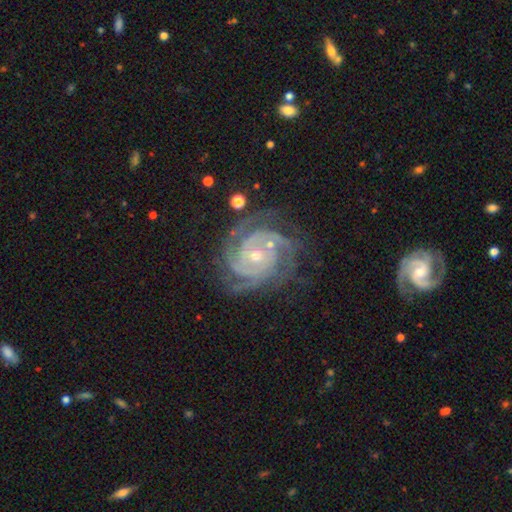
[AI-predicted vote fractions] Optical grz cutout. It shows a featured or disk galaxy (90%) with no bar (61%), 3 (35%) tight (79%) spiral arms (99%) and a small central bulge (67%). Merging: none (75%).